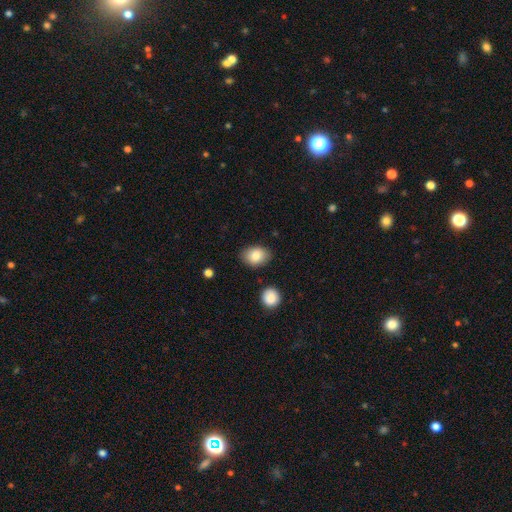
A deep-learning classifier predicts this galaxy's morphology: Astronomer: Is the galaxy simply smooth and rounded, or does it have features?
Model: smooth — 85%.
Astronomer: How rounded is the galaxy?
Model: in between — 73%.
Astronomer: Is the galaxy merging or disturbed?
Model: none — 83%.